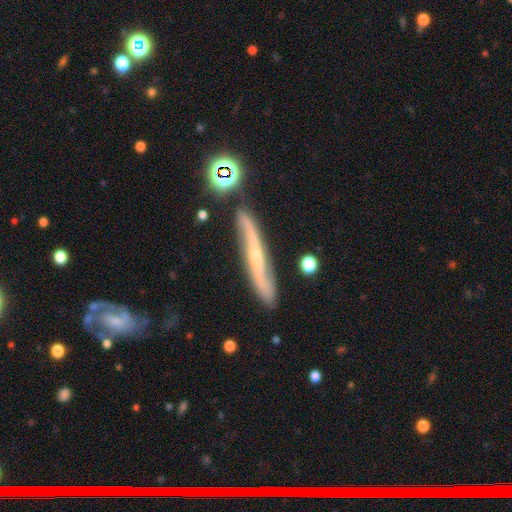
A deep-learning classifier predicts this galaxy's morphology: Overall: featured or disk (75%). Edge-on disk: yes (64%; no 36%). Merging: none (77%).